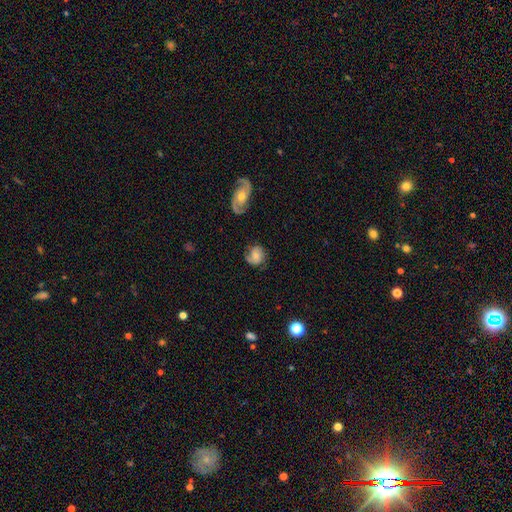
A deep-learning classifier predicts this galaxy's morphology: This appears to be a featured or disk galaxy (55%) with no bar (64%), spiral arms (90%) and a moderate central bulge (51%). Merging: none (67%).